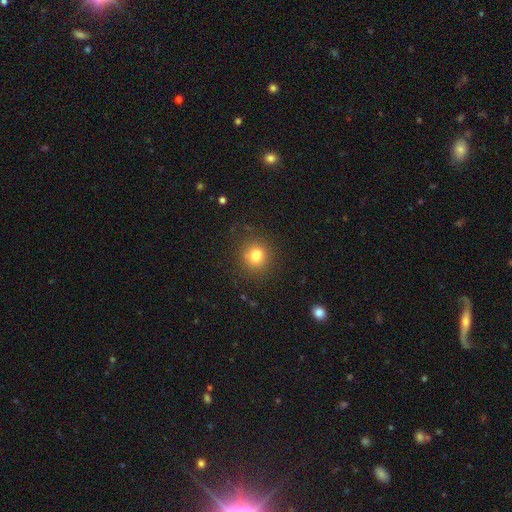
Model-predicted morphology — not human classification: Smooth or featured? smooth (78%)
How rounded? round (84%)
Merging? none (82%)